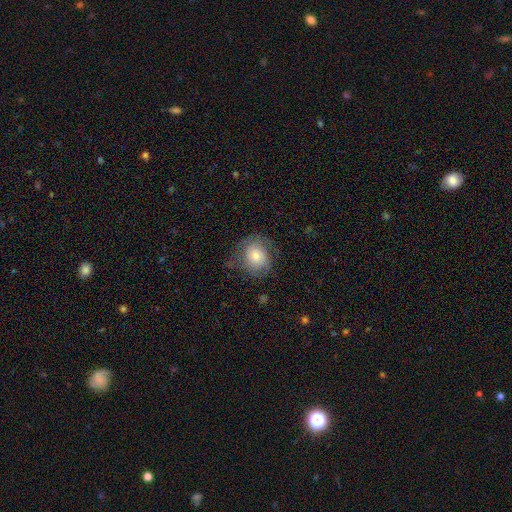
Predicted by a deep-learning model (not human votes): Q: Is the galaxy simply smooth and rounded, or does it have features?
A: smooth — 59%.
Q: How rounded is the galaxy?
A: round — 75%.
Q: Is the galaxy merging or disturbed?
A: none — 62%.